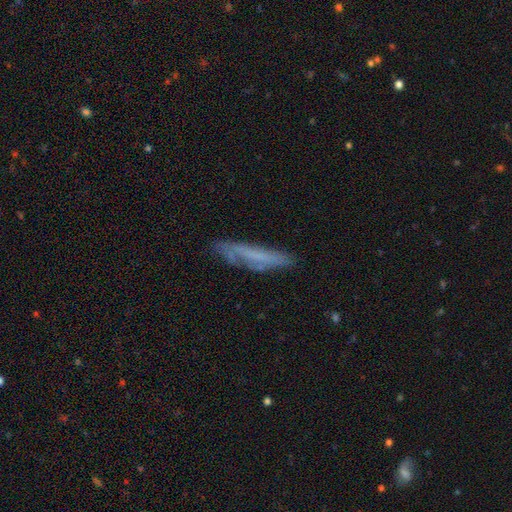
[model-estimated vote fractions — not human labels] This is possibly a featured or disk galaxy (47%). Merging: likely none (68%).